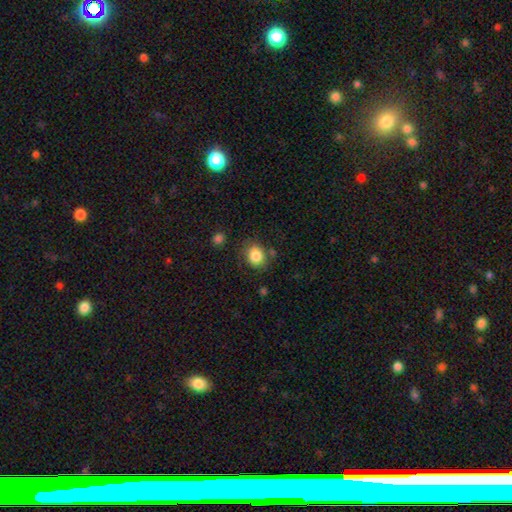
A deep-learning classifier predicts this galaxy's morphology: smooth_or_featured: smooth (p=0.84) [alt: star or artifact p=0.09]
how_rounded: round (p=0.54) [alt: in between p=0.45]
merging: none (p=0.76) [alt: minor disturbance p=0.15]